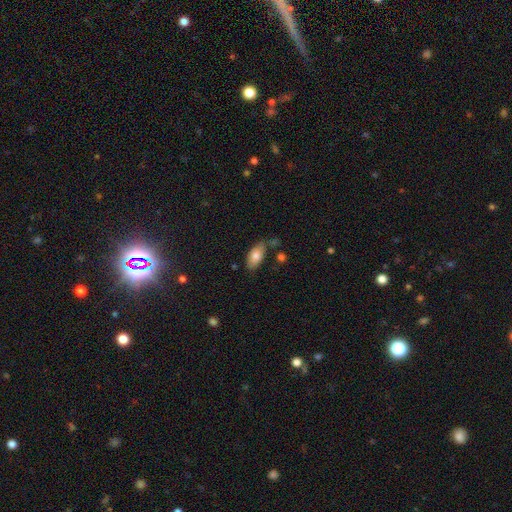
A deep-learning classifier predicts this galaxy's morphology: Smooth or featured?
  - smooth: 77% *
  - featured or disk: 16%
  - star or artifact: 7%
How rounded?
  - in between: 91% *
  - cigar-shaped: 6%
  - round: 3%
Merging?
  - none: 67% *
  - minor disturbance: 21%
  - merger: 7%
  - major disturbance: 5%